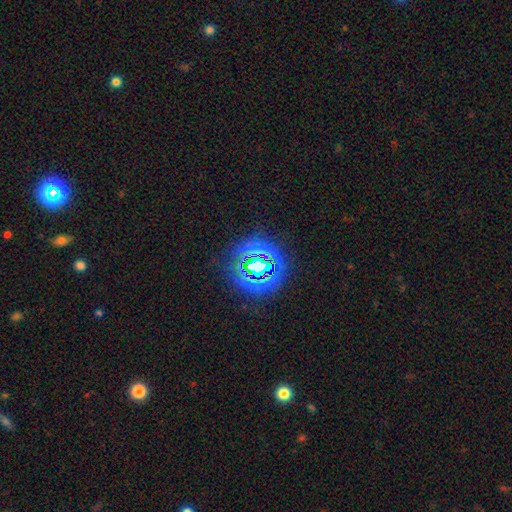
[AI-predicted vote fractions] A star or artifact, not a galaxy (75%).